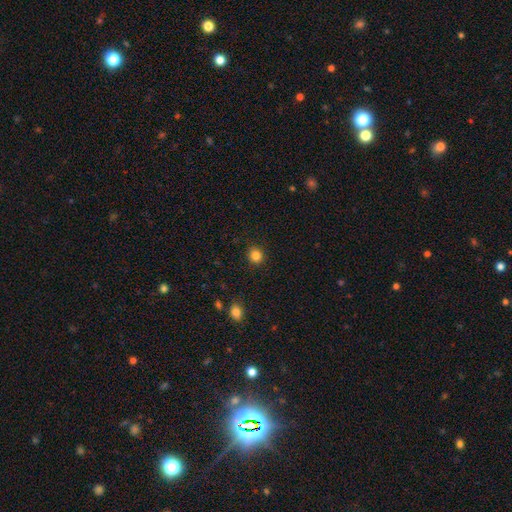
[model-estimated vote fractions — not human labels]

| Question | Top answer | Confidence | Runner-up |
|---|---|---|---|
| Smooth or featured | smooth | 84% | star or artifact (12%) |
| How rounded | round | 88% | in between (12%) |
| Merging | none | 91% | minor disturbance (6%) |